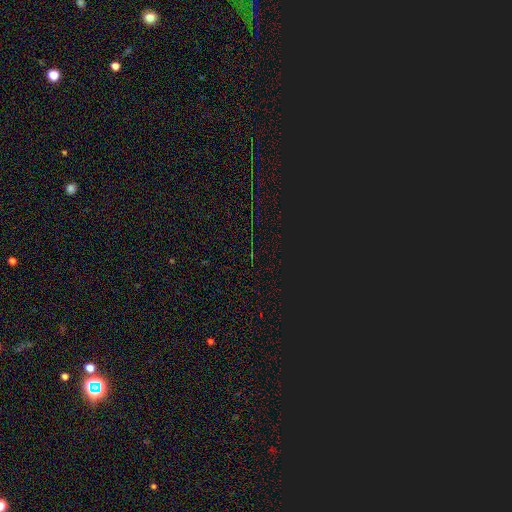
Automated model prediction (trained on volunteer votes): smooth-or-featured: star or artifact: 79% | smooth: 13% | featured or disk: 8%